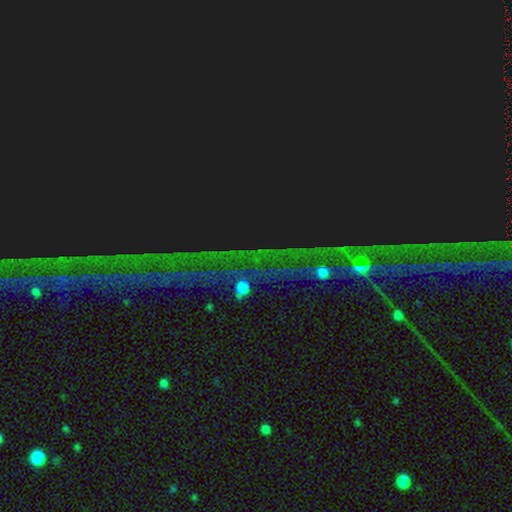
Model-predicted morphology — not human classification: smooth_or_featured: star or artifact (p=0.87) [alt: featured or disk p=0.07]